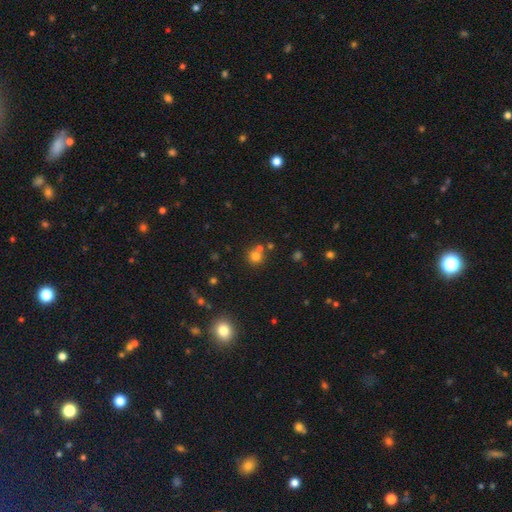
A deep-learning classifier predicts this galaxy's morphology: This appears to be a smooth galaxy with no disk features (74%) that is round (91%). Merging: none (63%).